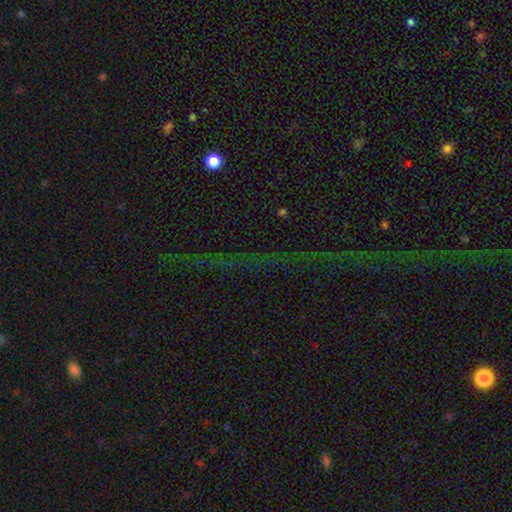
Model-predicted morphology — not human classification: type=star or artifact (77%).